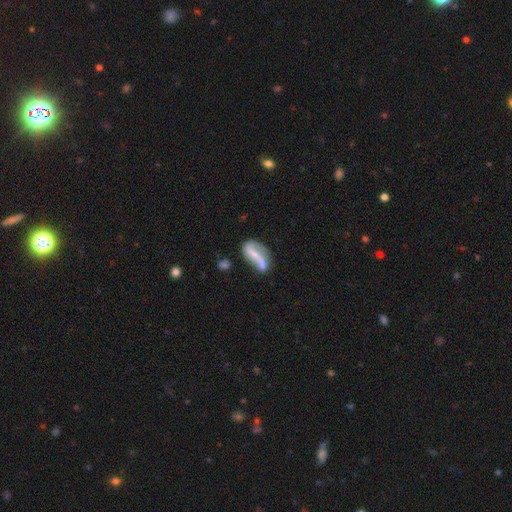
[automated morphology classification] A featured or disk galaxy (65%) with a strong bar (46%), spiral arms (78%) and a small central bulge (45%). Merging: none (45%).